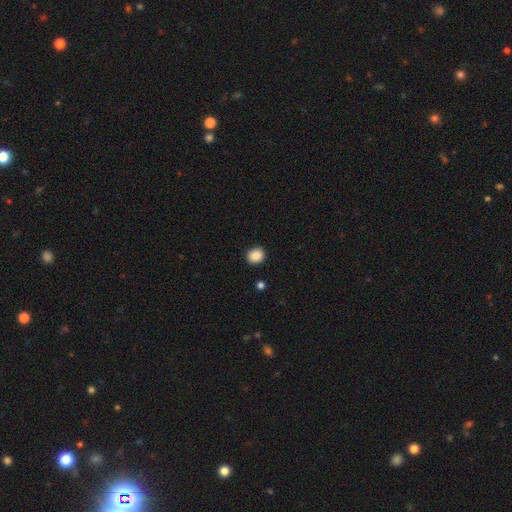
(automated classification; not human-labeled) The model was most divided on "how rounded": round: 70%, in between: 29%, cigar-shaped: 1%. More confident: merging — none (91%); smooth or featured — smooth (88%).